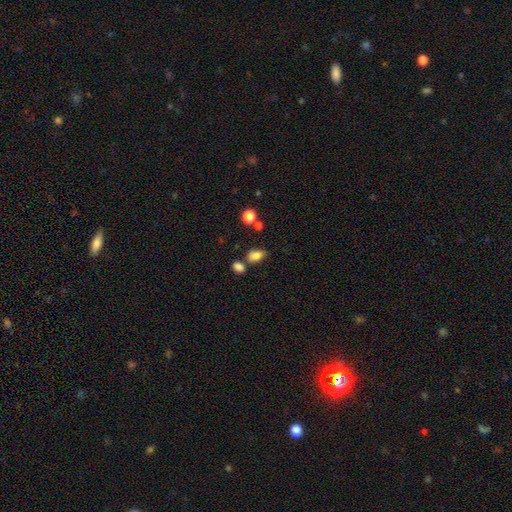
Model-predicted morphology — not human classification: A smooth galaxy with no disk features (81%) that is in between round and cigar-shaped (83%). Merging: none (61%).